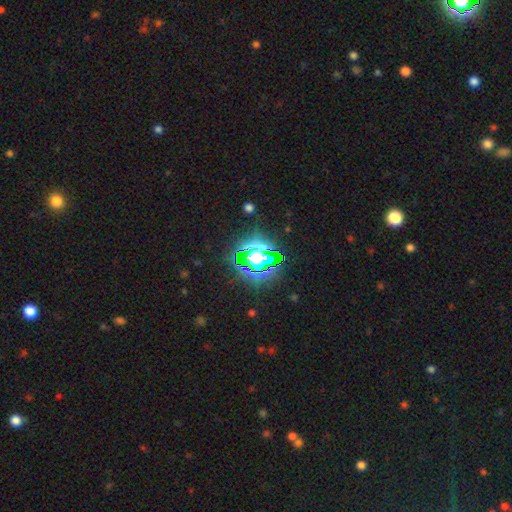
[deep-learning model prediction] Q: Smooth or featured?
A: star or artifact (70%); runner-up: smooth (18%)